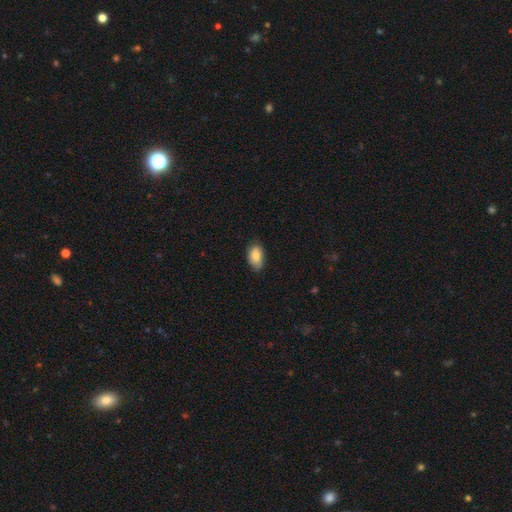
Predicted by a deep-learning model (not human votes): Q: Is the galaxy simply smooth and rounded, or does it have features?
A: smooth — 84%.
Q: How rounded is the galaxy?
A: in between — 93%.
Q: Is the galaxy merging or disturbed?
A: none — 71%.